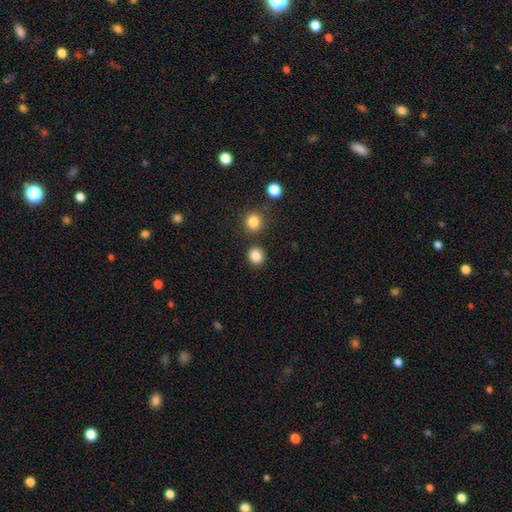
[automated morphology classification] The model was most divided on "how rounded": round: 81%, in between: 18%, cigar-shaped: 1%. More confident: smooth or featured — smooth (86%); merging — none (84%).